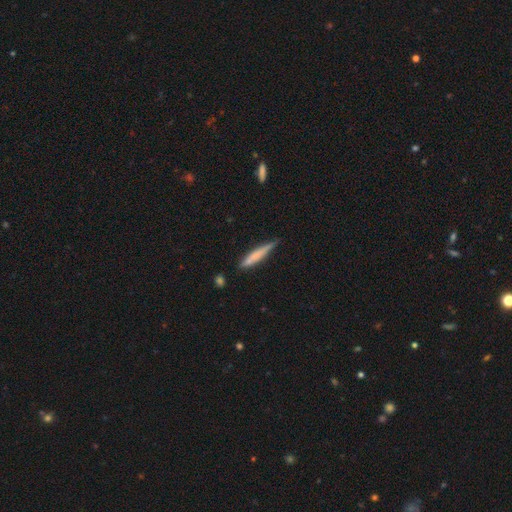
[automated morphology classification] smooth 67%, featured or disk 28%, star or artifact 6%. Down the decision tree: how rounded — cigar-shaped (93%); merging — none (69%).